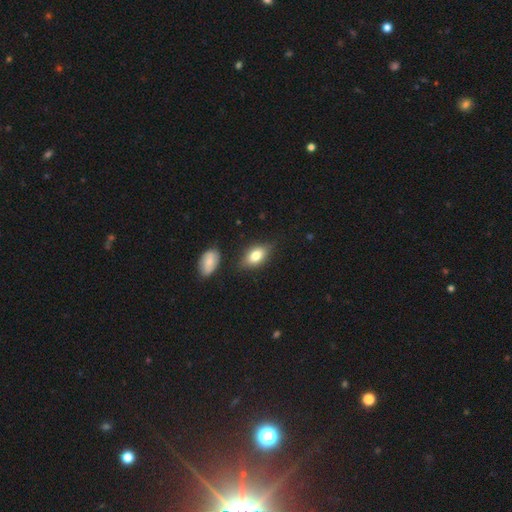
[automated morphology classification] smooth_or_featured: smooth (p=0.77) [alt: featured or disk p=0.16]
how_rounded: in between (p=0.88) [alt: round p=0.07]
merging: none (p=0.75) [alt: minor disturbance p=0.17]